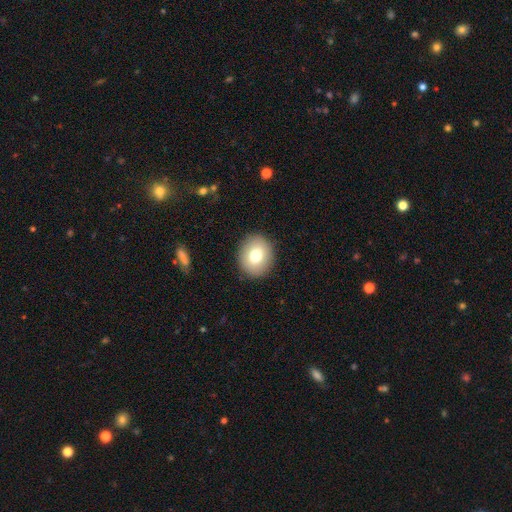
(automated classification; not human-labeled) smooth_or_featured: smooth (p=0.76) [alt: featured or disk p=0.15]
how_rounded: round (p=0.68) [alt: in between p=0.31]
merging: none (p=0.90) [alt: minor disturbance p=0.07]